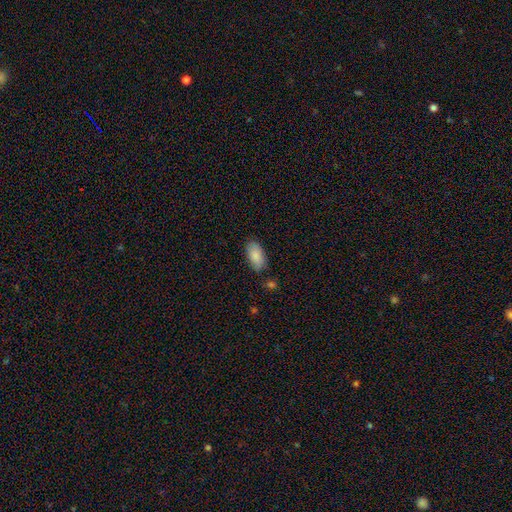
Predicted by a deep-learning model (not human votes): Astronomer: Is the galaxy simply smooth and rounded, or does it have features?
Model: smooth — 86%.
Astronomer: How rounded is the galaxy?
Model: in between — 94%.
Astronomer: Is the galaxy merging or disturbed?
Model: none — 76%.